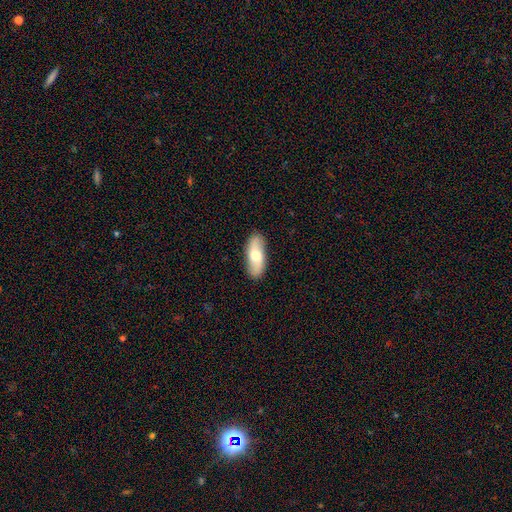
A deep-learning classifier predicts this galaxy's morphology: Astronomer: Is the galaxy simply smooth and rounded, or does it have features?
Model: smooth — 58% (runner-up: featured or disk, 36%).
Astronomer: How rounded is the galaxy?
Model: in between — 75%.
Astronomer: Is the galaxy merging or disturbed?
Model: none — 88%.